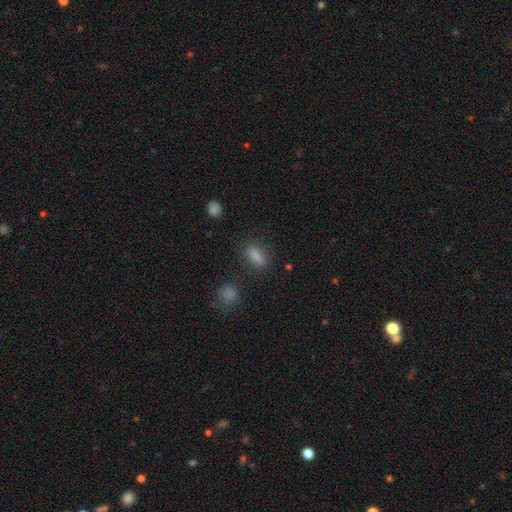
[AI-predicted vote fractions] A smooth galaxy with no disk features (77%) that is in between round and cigar-shaped (69%).

Vote fractions:
- Smooth or featured? smooth: 77% / star or artifact: 16% / featured or disk: 7%
- How rounded? in between: 69% / cigar-shaped: 18% / round: 12%
- Merging? none: 78% / minor disturbance: 13% / major disturbance: 5% / merger: 4%